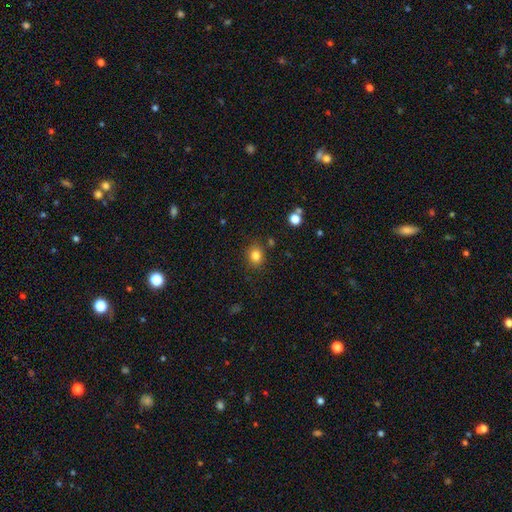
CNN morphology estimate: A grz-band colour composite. It shows a smooth galaxy with no disk features (82%) that is round (64%). Merging: none (84%).